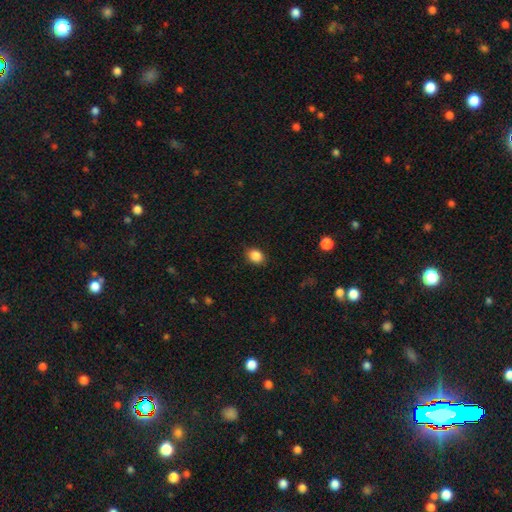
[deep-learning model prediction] The model was most divided on "how rounded": in between: 57%, round: 42%, cigar-shaped: 1%. More confident: smooth or featured — smooth (87%); merging — none (87%).